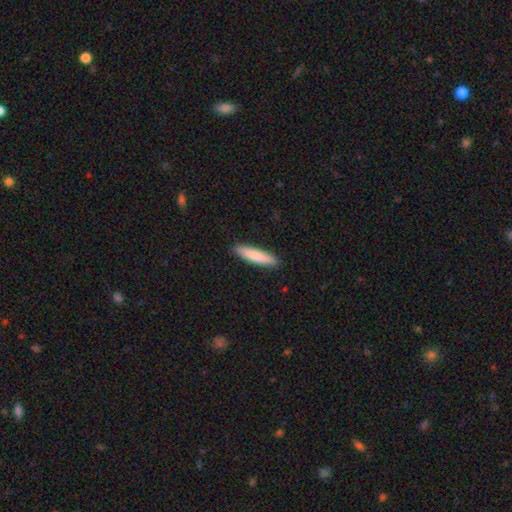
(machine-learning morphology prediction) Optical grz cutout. It shows a smooth galaxy with no disk features (84%) that is cigar-shaped (85%). Merging: none (91%).